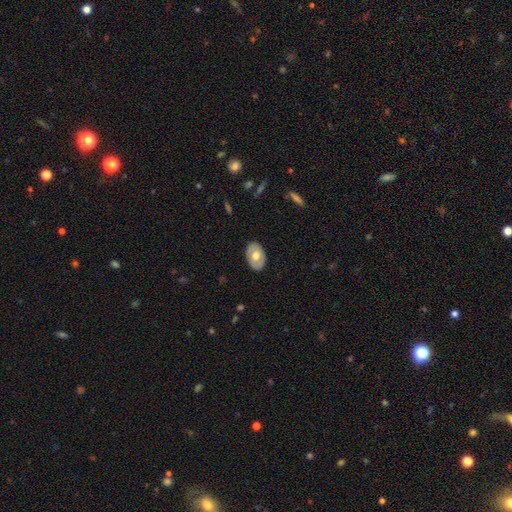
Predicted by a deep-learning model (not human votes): This is possibly a smooth galaxy (55%). How rounded: clearly in between (86%). Merging: clearly none (85%).